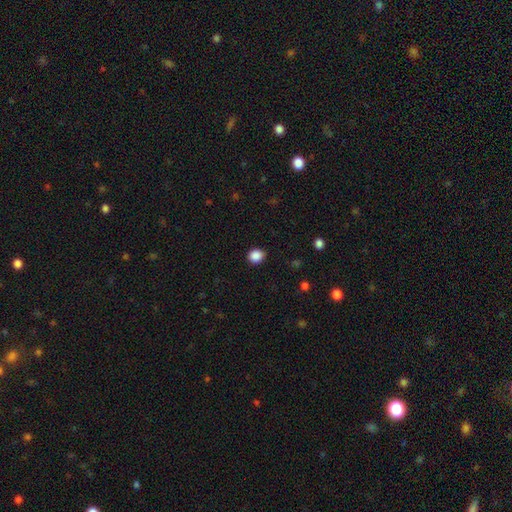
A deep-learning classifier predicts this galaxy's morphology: A smooth galaxy with no disk features (88%) that is round (77%). Merging: none (90%).